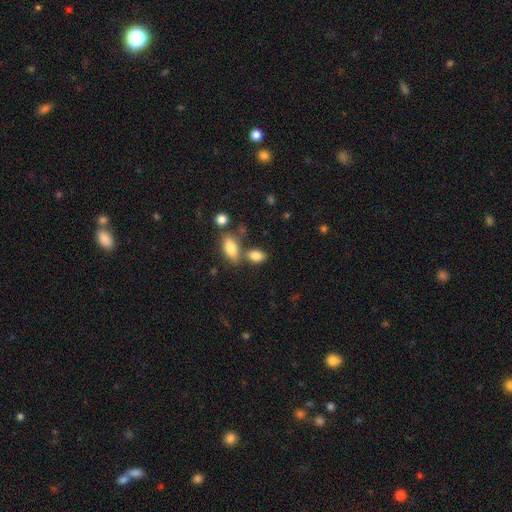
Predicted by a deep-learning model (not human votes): Smooth or featured: smooth — 84% (star or artifact — 8%)
How rounded: in between — 86% (round — 10%)
Merging: none — 59% (merger — 23%)